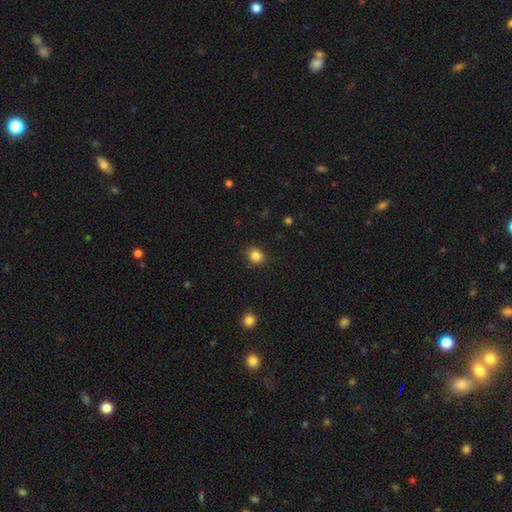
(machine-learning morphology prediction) A smooth galaxy with no disk features (84%) that is round (62%). Merging: none (89%).